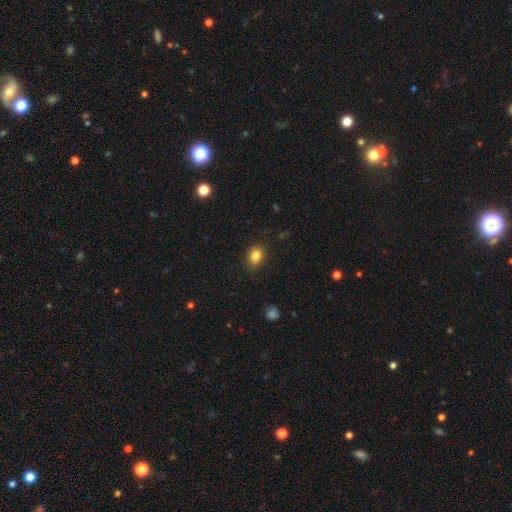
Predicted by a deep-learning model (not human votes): This is clearly a smooth galaxy (83%). How rounded: possibly in between (54%). Merging: clearly none (87%).